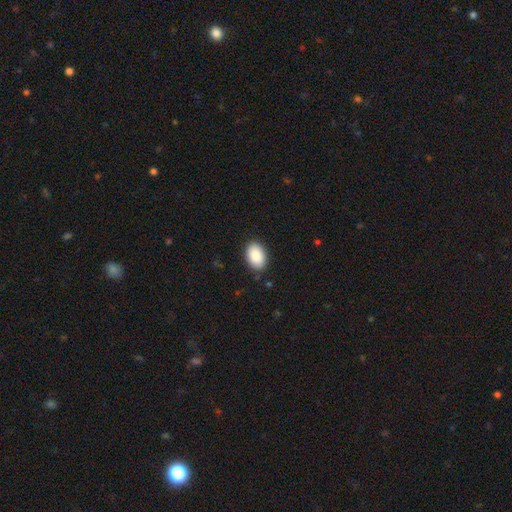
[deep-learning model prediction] Overall: smooth (90%). How rounded: in between (89%). Merging: none (87%).